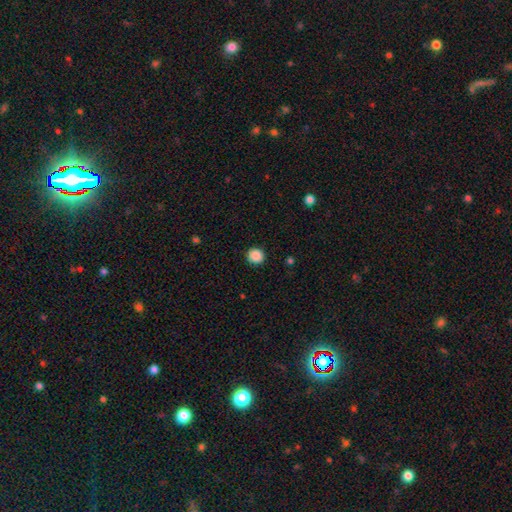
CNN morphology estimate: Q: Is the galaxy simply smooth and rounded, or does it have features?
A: smooth — 88%.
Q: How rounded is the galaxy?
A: round — 91%.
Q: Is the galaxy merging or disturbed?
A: none — 92%.